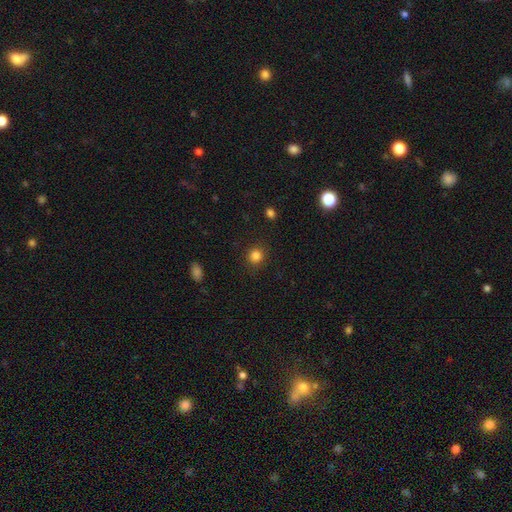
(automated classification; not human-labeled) Smooth or featured?
  - smooth: 84% *
  - star or artifact: 12%
  - featured or disk: 4%
How rounded?
  - round: 88% *
  - in between: 11%
  - cigar-shaped: 1%
Merging?
  - none: 89% *
  - minor disturbance: 8%
  - major disturbance: 3%
  - merger: 1%